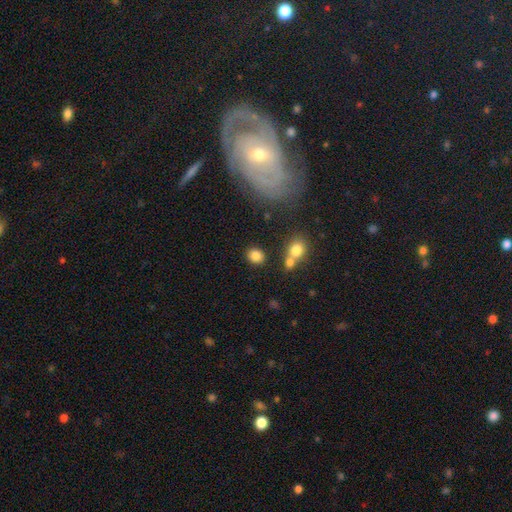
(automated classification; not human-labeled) A smooth galaxy with no disk features (84%) that is round (67%). Merging: none (79%).